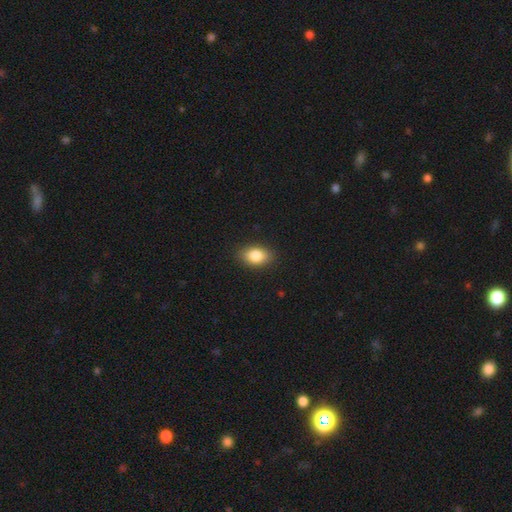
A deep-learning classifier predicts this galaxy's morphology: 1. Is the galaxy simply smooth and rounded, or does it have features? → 84% smooth, 8% featured or disk, 8% star or artifact.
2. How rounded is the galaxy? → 86% in between, 12% round, 2% cigar-shaped.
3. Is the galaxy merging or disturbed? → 88% none, 9% minor disturbance, 2% major disturbance, 1% merger.